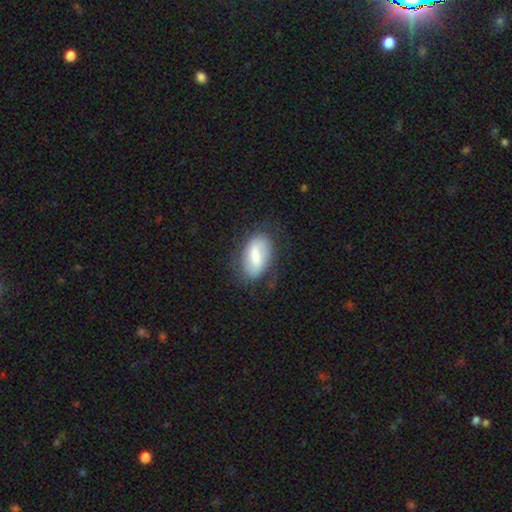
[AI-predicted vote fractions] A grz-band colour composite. It shows a smooth galaxy with no disk features (61%) that is in between round and cigar-shaped (90%). Merging: none (68%).